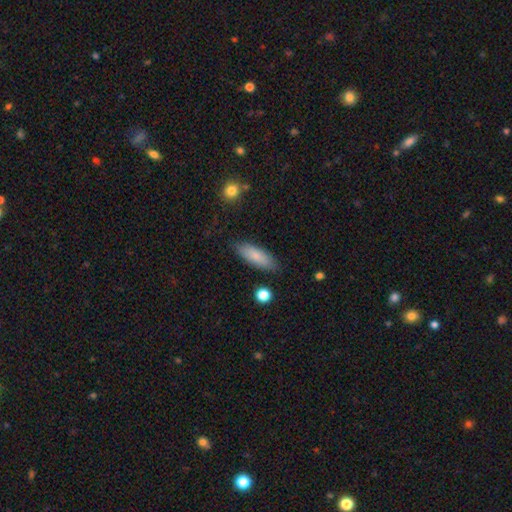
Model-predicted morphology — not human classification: This appears to be a smooth galaxy with no disk features (82%) that is in between round and cigar-shaped (61%). Merging: none (85%).